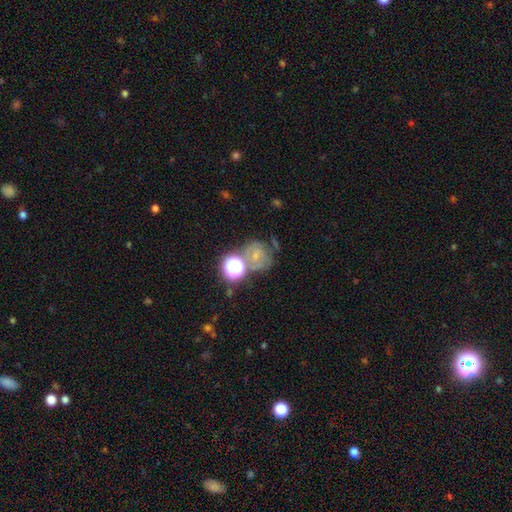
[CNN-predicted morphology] type=featured or disk (40%); merging=none (53%).